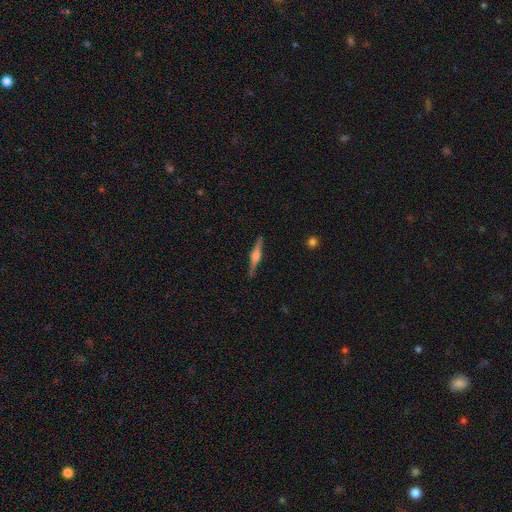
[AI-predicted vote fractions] smooth_or_featured: featured or disk (p=0.77) [alt: smooth p=0.17]
disk_edge_on: yes (p=0.98) [alt: no p=0.02]
edge_on_bulge: rounded (p=0.77) [alt: boxy p=0.19]
merging: none (p=0.89) [alt: minor disturbance p=0.08]